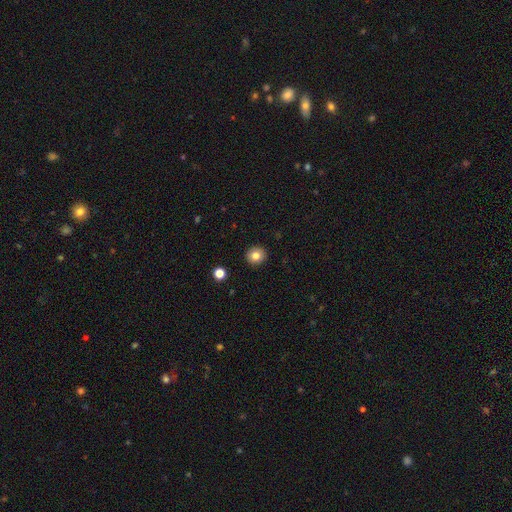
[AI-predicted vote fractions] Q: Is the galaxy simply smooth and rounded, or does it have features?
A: smooth — 81%.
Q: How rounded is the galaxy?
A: round — 91%.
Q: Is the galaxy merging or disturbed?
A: none — 93%.